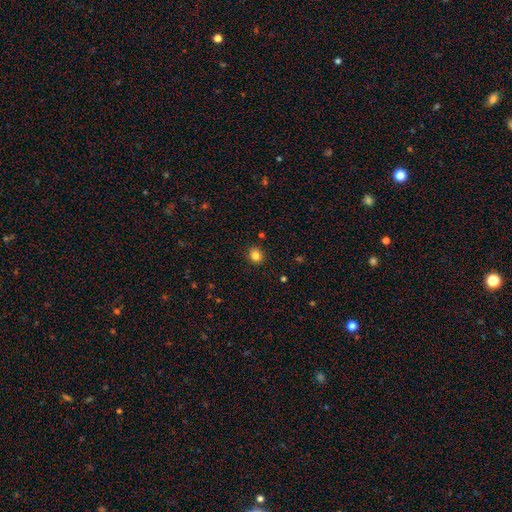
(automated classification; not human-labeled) Smooth or featured?
  - smooth: 83% *
  - star or artifact: 12%
  - featured or disk: 5%
How rounded?
  - round: 75% *
  - in between: 24%
  - cigar-shaped: 1%
Merging?
  - none: 90% *
  - minor disturbance: 7%
  - major disturbance: 2%
  - merger: 1%